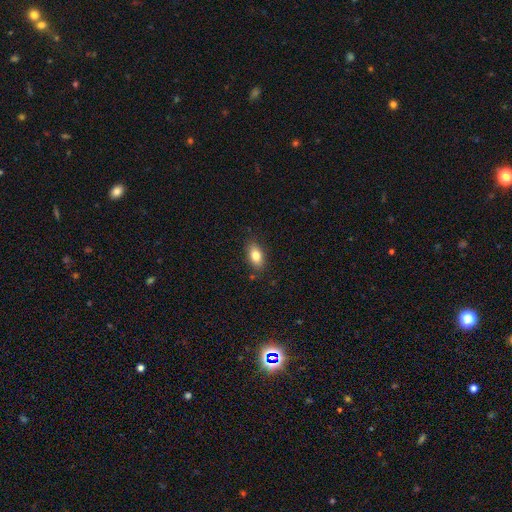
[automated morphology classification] smooth-or-featured: smooth: 81% | featured or disk: 11% | star or artifact: 8%
  how-rounded: in between: 89% | round: 7% | cigar-shaped: 4%
  merging: none: 85% | minor disturbance: 11% | major disturbance: 2% | merger: 1%